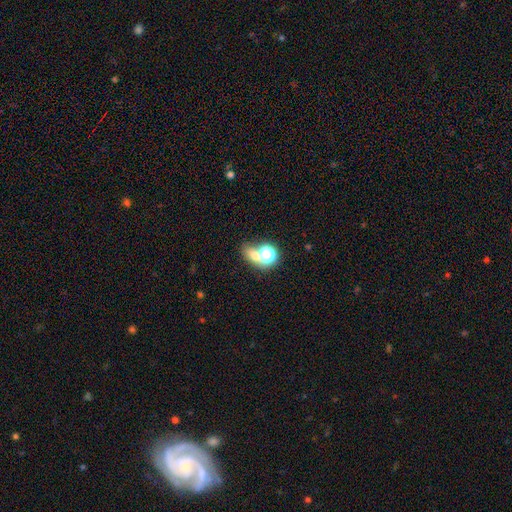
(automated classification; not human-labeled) Smooth or featured? Predicted: smooth (p=0.58). How rounded? Predicted: round (p=0.53). Merging? Predicted: none (p=0.45).